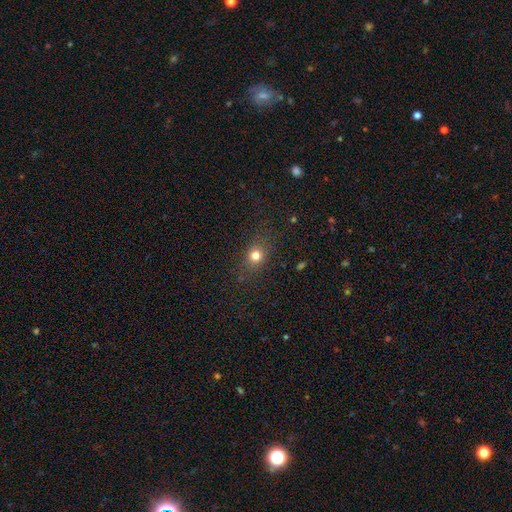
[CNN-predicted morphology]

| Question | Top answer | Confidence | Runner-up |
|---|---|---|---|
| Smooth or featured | smooth | 74% | star or artifact (16%) |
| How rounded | round | 63% | in between (33%) |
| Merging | none | 81% | minor disturbance (12%) |